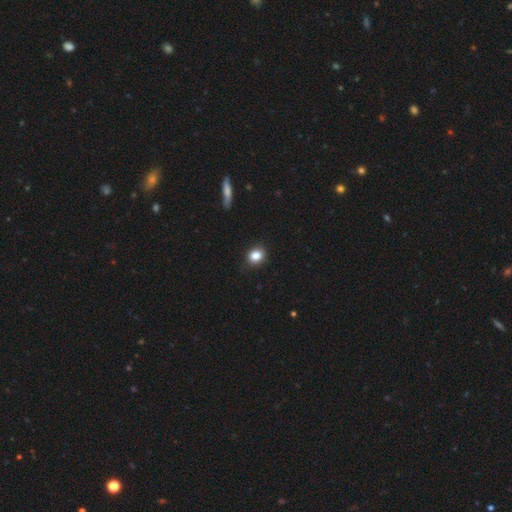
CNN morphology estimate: Overall: smooth (85%). How rounded: round (60%; in between 39%). Merging: none (86%).